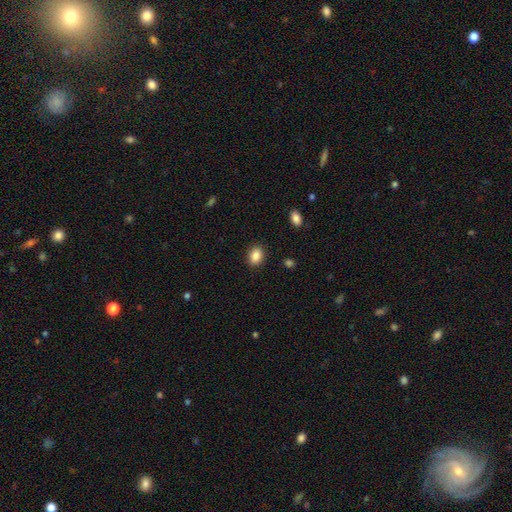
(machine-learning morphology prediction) smooth 87%, star or artifact 9%, featured or disk 4%. Down the decision tree: how rounded — in between (69%); merging — none (89%).